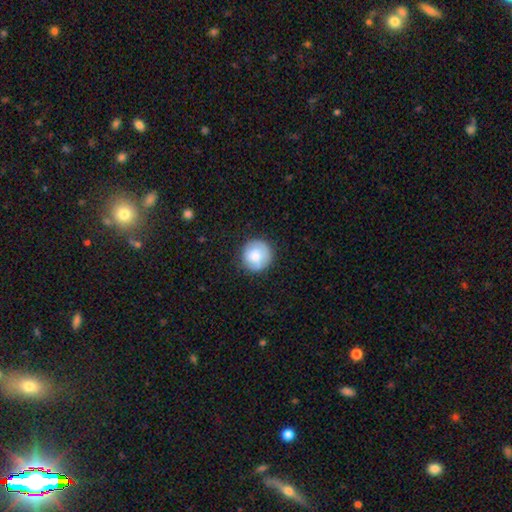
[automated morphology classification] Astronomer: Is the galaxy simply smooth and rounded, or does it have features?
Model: smooth — 75%.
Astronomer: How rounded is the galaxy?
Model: round — 94%.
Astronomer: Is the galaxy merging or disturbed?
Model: none — 80%.